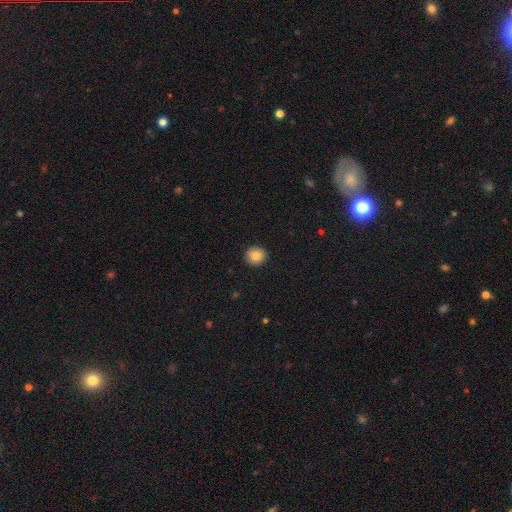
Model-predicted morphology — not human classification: Q: Smooth or featured?
A: smooth (85%); runner-up: star or artifact (9%)
Q: How rounded?
A: round (90%); runner-up: in between (9%)
Q: Merging?
A: none (91%); runner-up: minor disturbance (6%)